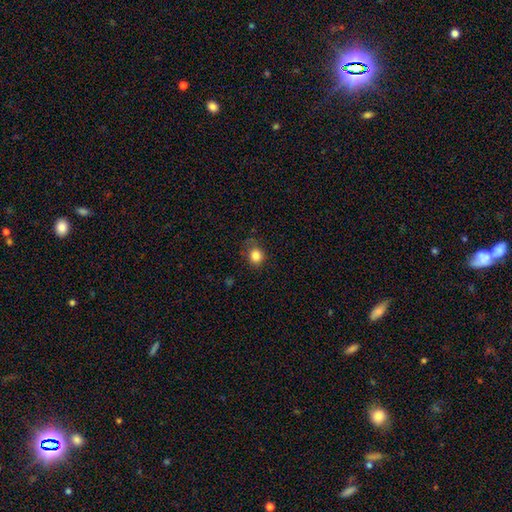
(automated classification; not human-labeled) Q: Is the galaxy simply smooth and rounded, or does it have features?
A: smooth — 83%.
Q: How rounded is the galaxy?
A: round — 76%.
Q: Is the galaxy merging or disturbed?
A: none — 73%.